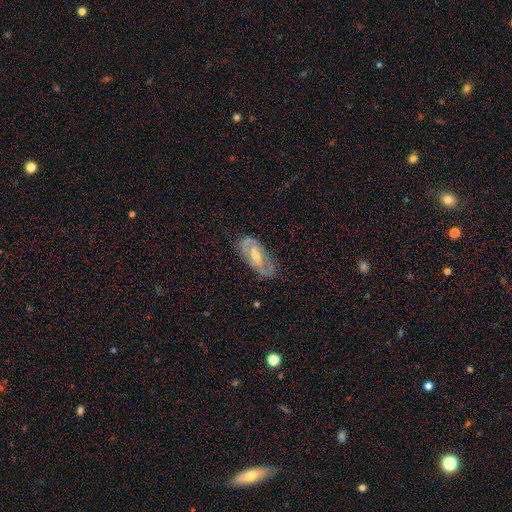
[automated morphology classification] Q: Smooth or featured?
A: featured or disk (77%); runner-up: smooth (18%)
Q: Edge-on disk?
A: no (90%); runner-up: yes (10%)
Q: Bar?
A: weak (43%); runner-up: no (31%)
Q: Spiral arms?
A: yes (74%); runner-up: no (26%)
Q: Spiral winding?
A: tight (45%); runner-up: medium (40%)
Q: Spiral arm count?
A: 2 (67%); runner-up: can't tell (22%)
Q: Bulge size?
A: moderate (64%); runner-up: small (29%)
Q: Merging?
A: none (73%); runner-up: minor disturbance (19%)